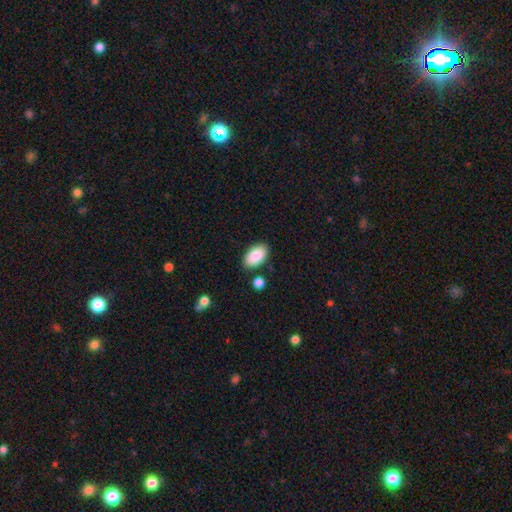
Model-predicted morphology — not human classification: A smooth galaxy with no disk features (87%) that is in between round and cigar-shaped (94%).

Vote fractions:
- Smooth or featured? smooth: 87% / star or artifact: 6% / featured or disk: 6%
- How rounded? in between: 94% / round: 4% / cigar-shaped: 1%
- Merging? none: 83% / minor disturbance: 11% / merger: 4% / major disturbance: 3%